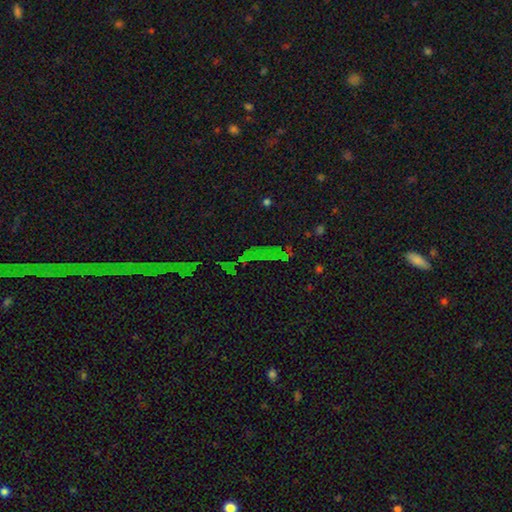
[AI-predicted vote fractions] smooth-or-featured: star or artifact: 72% | featured or disk: 14% | smooth: 14%